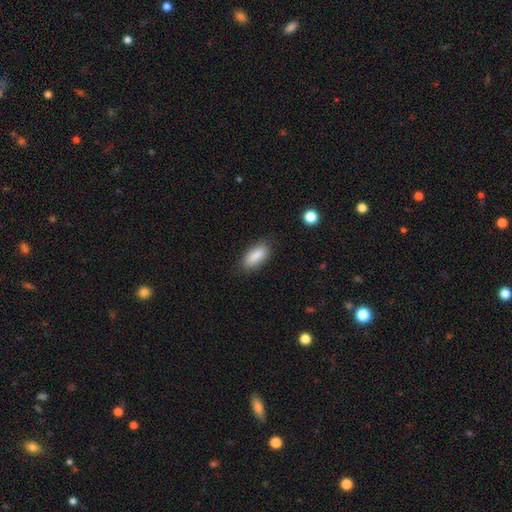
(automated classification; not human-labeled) Overall: smooth (86%). How rounded: in between (75%). Merging: none (83%).